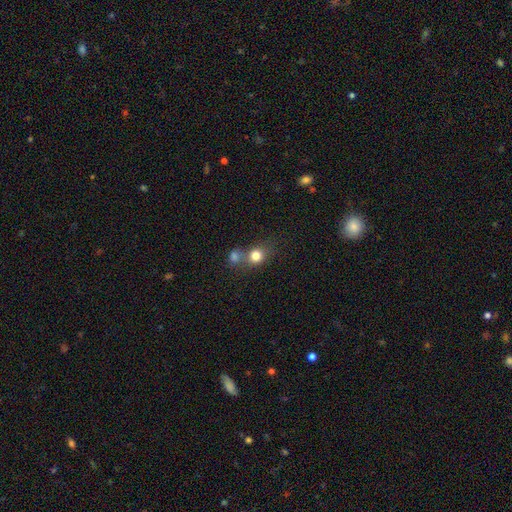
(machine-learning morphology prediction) Q: Smooth or featured?
A: smooth (79%); runner-up: star or artifact (12%)
Q: How rounded?
A: round (78%); runner-up: in between (21%)
Q: Merging?
A: none (44%); runner-up: merger (42%)